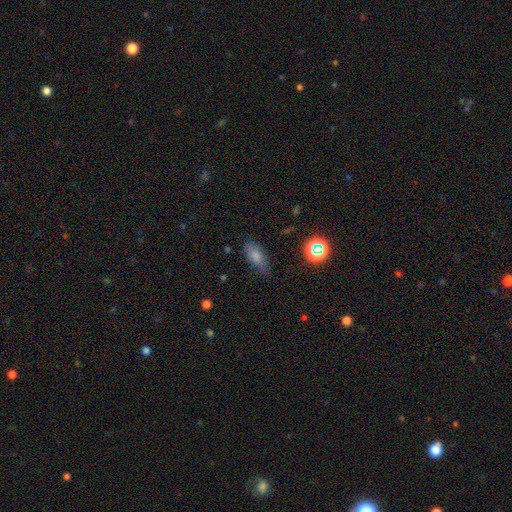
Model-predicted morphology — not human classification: Q: Smooth or featured?
A: smooth (79%); runner-up: star or artifact (12%)
Q: How rounded?
A: in between (84%); runner-up: cigar-shaped (12%)
Q: Merging?
A: none (67%); runner-up: minor disturbance (25%)